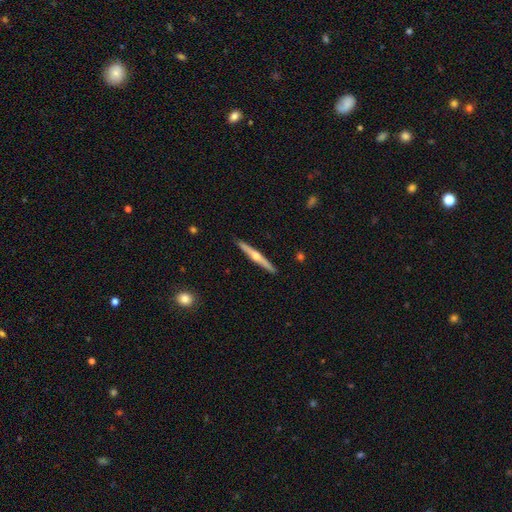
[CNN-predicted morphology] Smooth or featured? Predicted: featured or disk (p=0.73). Edge-on disk? Predicted: yes (p=0.98). Edge-on bulge? Predicted: rounded (p=0.91). Merging? Predicted: none (p=0.92).